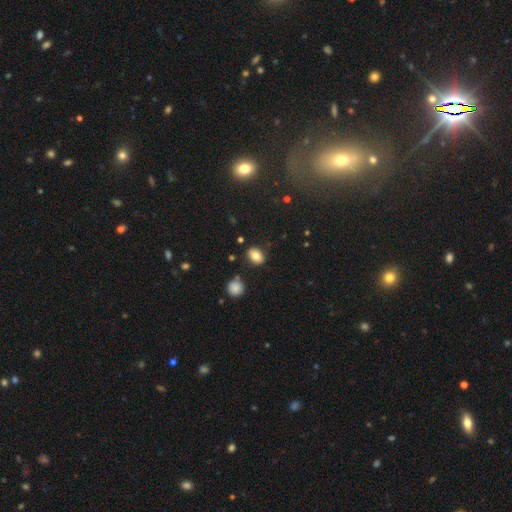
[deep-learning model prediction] The model was most divided on "how rounded": in between: 70%, round: 28%, cigar-shaped: 1%. More confident: merging — none (83%); smooth or featured — smooth (80%).